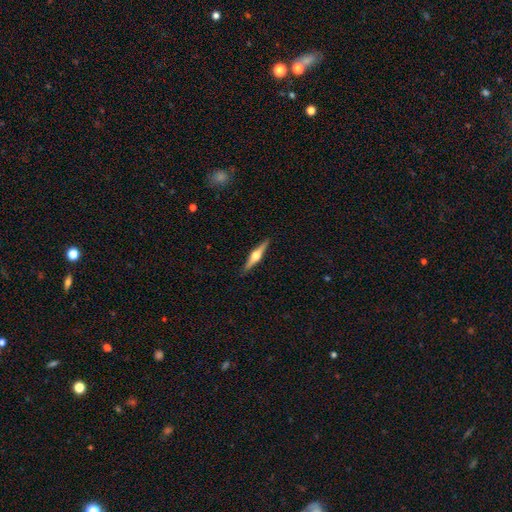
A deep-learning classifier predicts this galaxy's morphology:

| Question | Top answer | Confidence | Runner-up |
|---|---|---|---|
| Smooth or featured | featured or disk | 75% | smooth (20%) |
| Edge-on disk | yes | 98% | no (2%) |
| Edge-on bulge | rounded | 95% | boxy (3%) |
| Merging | none | 92% | minor disturbance (6%) |